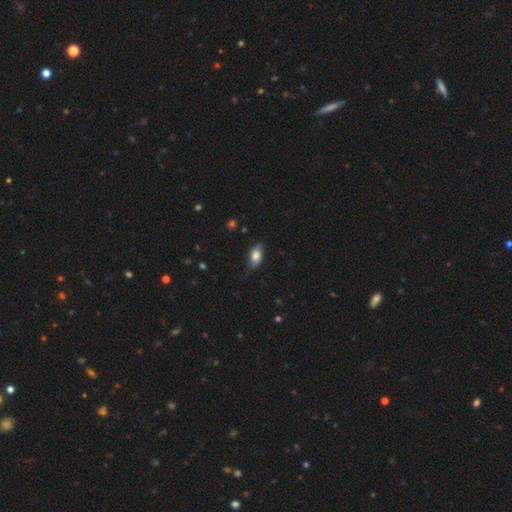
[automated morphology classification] Smooth or featured? Predicted: smooth (p=0.75). How rounded? Predicted: in between (p=0.88). Merging? Predicted: none (p=0.64).